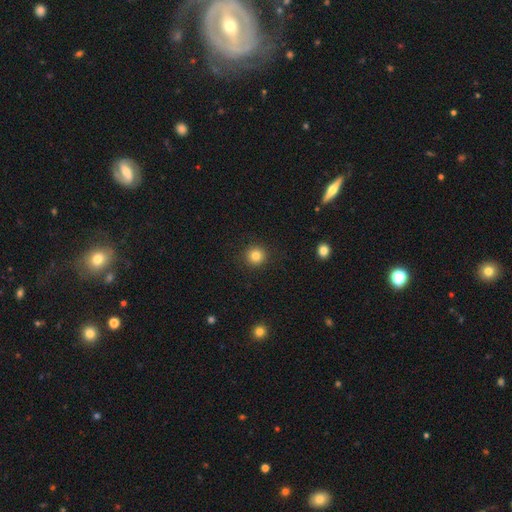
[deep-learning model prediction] The model was most divided on "smooth or featured": smooth: 83%, star or artifact: 11%, featured or disk: 6%. More confident: how rounded — round (94%); merging — none (91%).